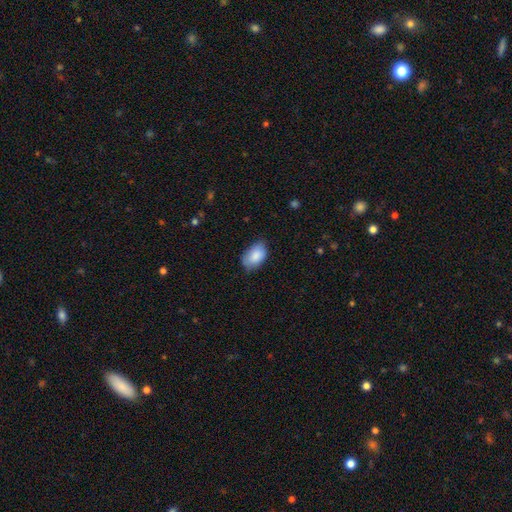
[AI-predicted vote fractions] A smooth galaxy with no disk features (87%) that is in between round and cigar-shaped (92%). Merging: none (71%).